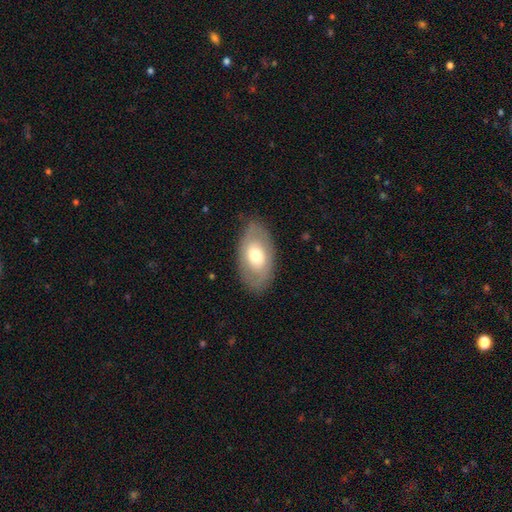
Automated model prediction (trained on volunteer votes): smooth_or_featured: smooth (p=0.53) [alt: featured or disk p=0.41]
how_rounded: in between (p=0.91) [alt: round p=0.07]
merging: none (p=0.80) [alt: minor disturbance p=0.14]